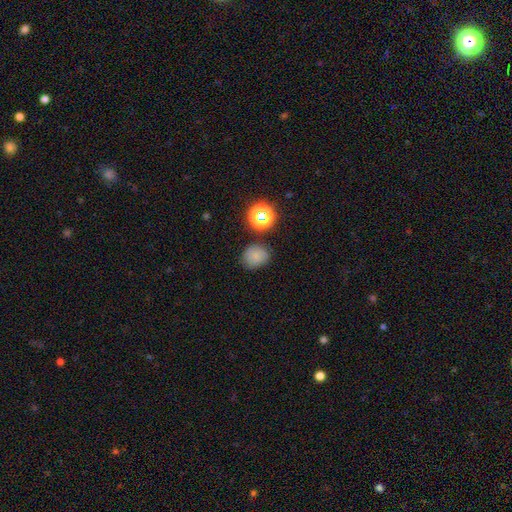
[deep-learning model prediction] The model was most divided on "how rounded": round: 72%, in between: 27%, cigar-shaped: 1%. More confident: merging — none (75%); smooth or featured — smooth (74%).